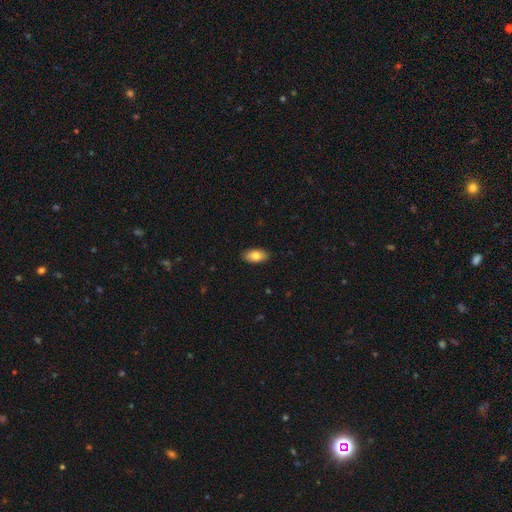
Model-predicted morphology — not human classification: Smooth or featured? Predicted: smooth (p=0.81). How rounded? Predicted: in between (p=0.92). Merging? Predicted: none (p=0.89).